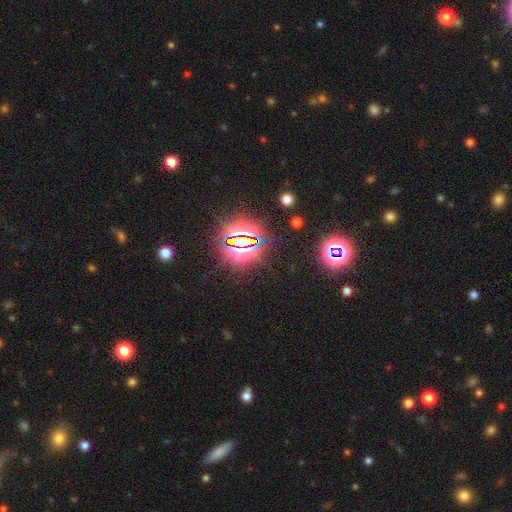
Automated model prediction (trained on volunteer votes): A star or artifact, not a galaxy (83%).